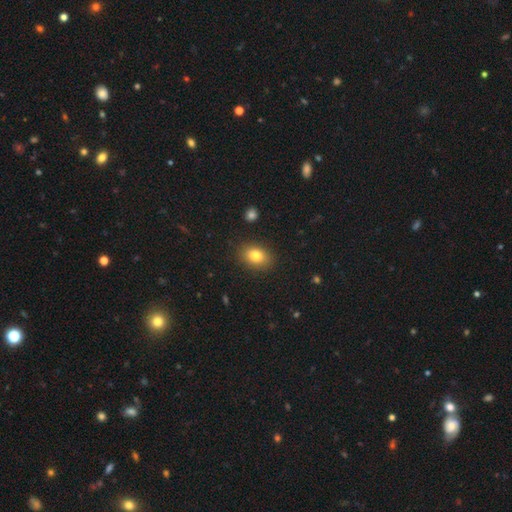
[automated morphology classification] This is likely a smooth galaxy (80%). How rounded: likely in between (72%). Merging: clearly none (88%).